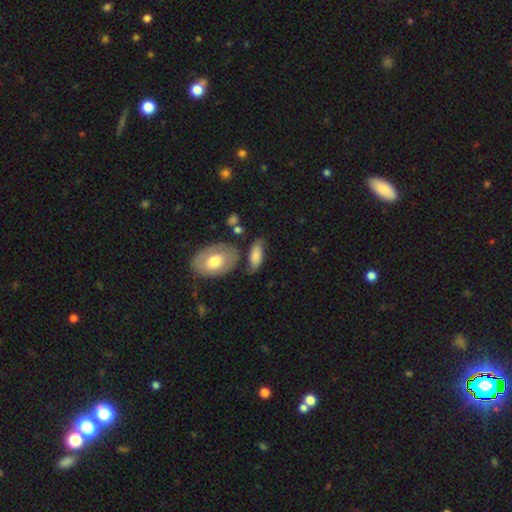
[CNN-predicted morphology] Smooth or featured: smooth — 69% (featured or disk — 24%)
How rounded: in between — 89% (cigar-shaped — 7%)
Merging: none — 55% (minor disturbance — 25%)